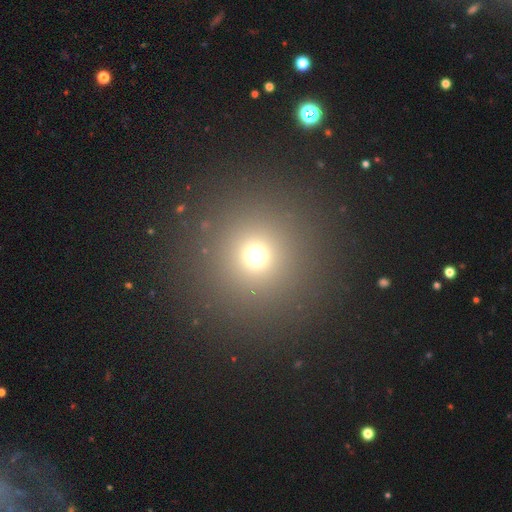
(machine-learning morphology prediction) The model was most divided on "smooth or featured": smooth: 67%, star or artifact: 26%, featured or disk: 6%. More confident: how rounded — round (93%); merging — none (86%).